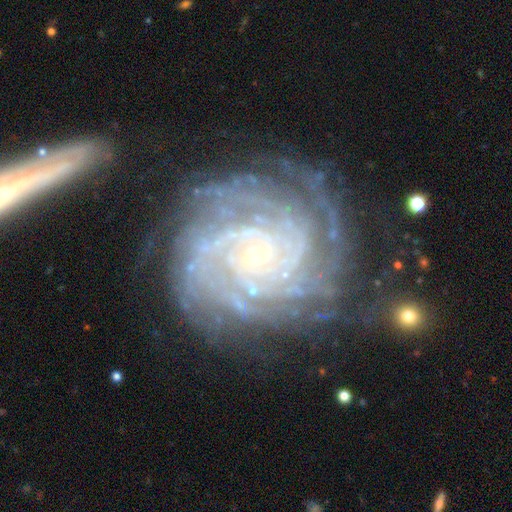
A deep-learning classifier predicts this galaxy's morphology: A featured or disk galaxy (90%) with no bar (73%), more than 4 (29%) tight (83%) spiral arms (98%) and a small central bulge (87%). Merging: none (70%).